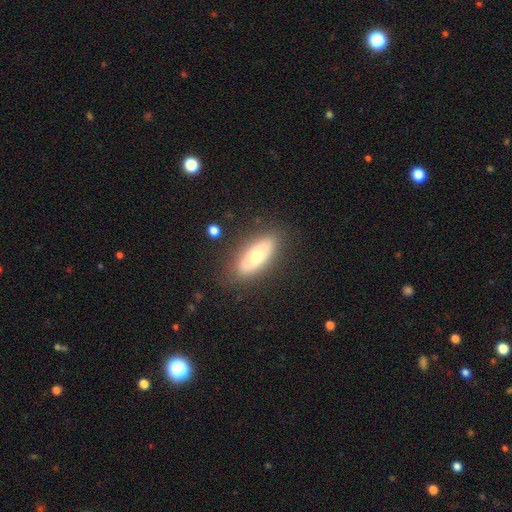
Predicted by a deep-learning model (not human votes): Q: Smooth or featured?
A: smooth (63%); runner-up: featured or disk (30%)
Q: How rounded?
A: in between (73%); runner-up: cigar-shaped (24%)
Q: Merging?
A: none (83%); runner-up: minor disturbance (12%)